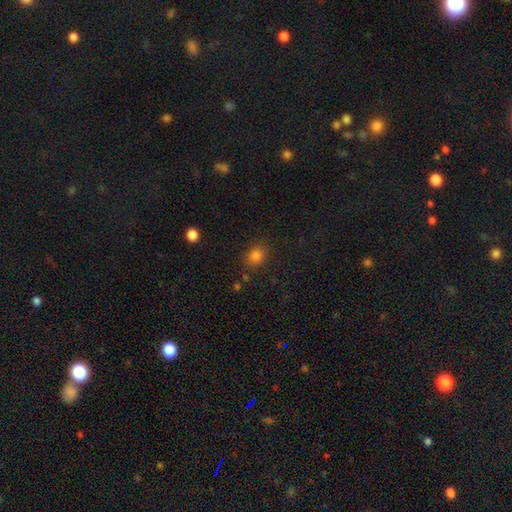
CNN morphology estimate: type=smooth (81%); roundness=round (56%); merging=none (82%).